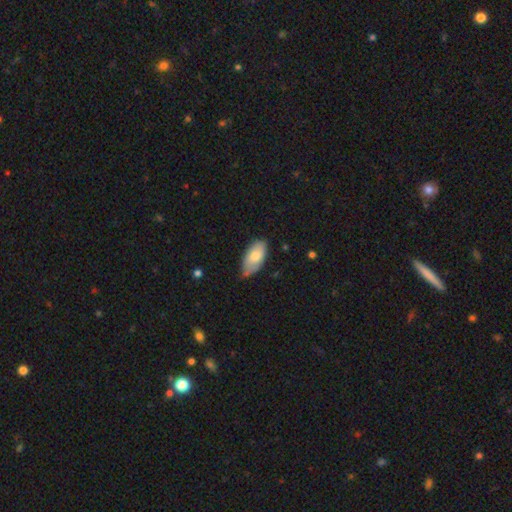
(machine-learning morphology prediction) smooth 76%, featured or disk 18%, star or artifact 6%. Down the decision tree: how rounded — in between (93%); merging — none (52%).